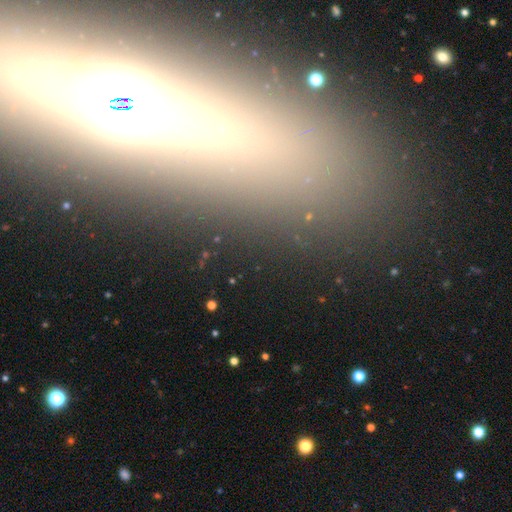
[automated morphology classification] featured or disk 49%, star or artifact 27%, smooth 24%. Down the decision tree: merging — none (84%).